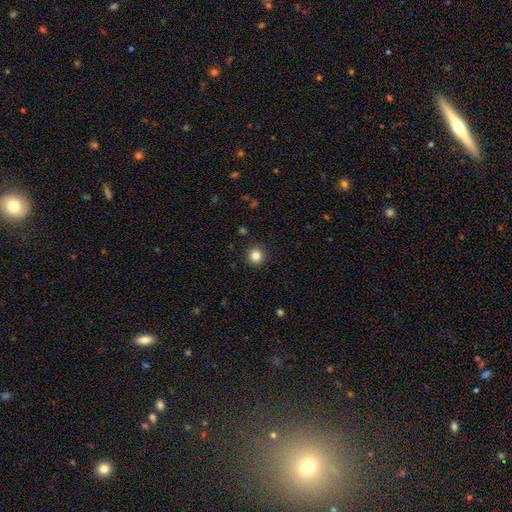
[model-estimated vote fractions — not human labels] Smooth or featured: smooth — 84% (star or artifact — 11%)
How rounded: round — 94% (in between — 6%)
Merging: none — 92% (minor disturbance — 5%)